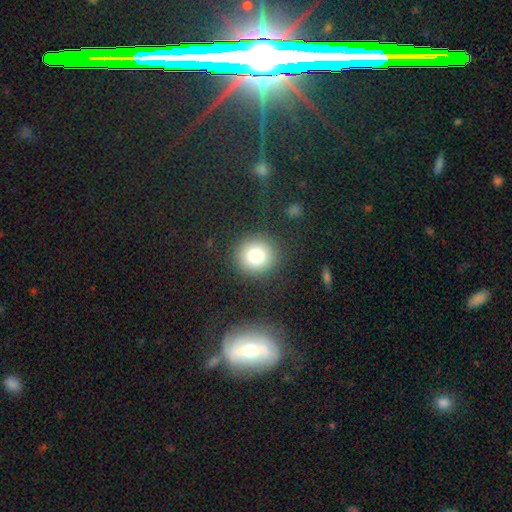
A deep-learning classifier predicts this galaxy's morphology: Smooth or featured? smooth (80%)
How rounded? round (91%)
Merging? none (88%)